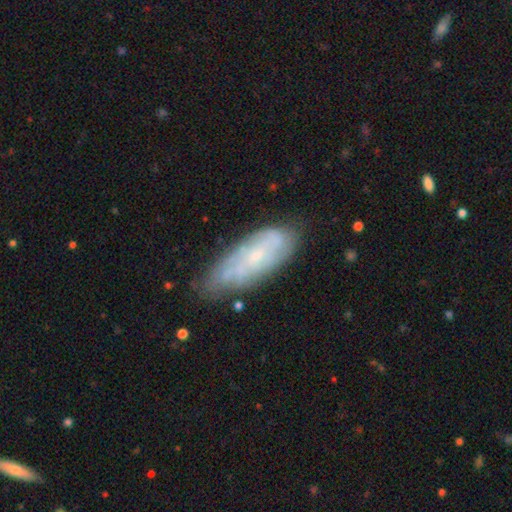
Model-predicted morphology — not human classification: Q: Smooth or featured?
A: featured or disk (61%); runner-up: smooth (31%)
Q: Edge-on disk?
A: no (87%); runner-up: yes (13%)
Q: Bar?
A: no (73%); runner-up: weak (23%)
Q: Spiral arms?
A: yes (73%); runner-up: no (27%)
Q: Bulge size?
A: small (76%); runner-up: moderate (16%)
Q: Merging?
A: none (64%); runner-up: minor disturbance (26%)